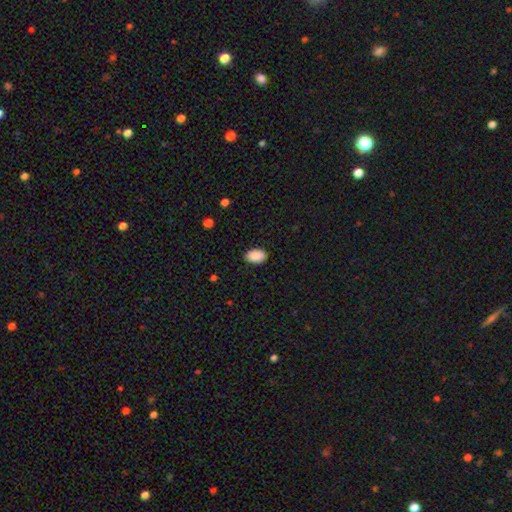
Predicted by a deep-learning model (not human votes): smooth_or_featured: smooth (p=0.90) [alt: star or artifact p=0.07]
how_rounded: in between (p=0.91) [alt: round p=0.08]
merging: none (p=0.89) [alt: minor disturbance p=0.09]